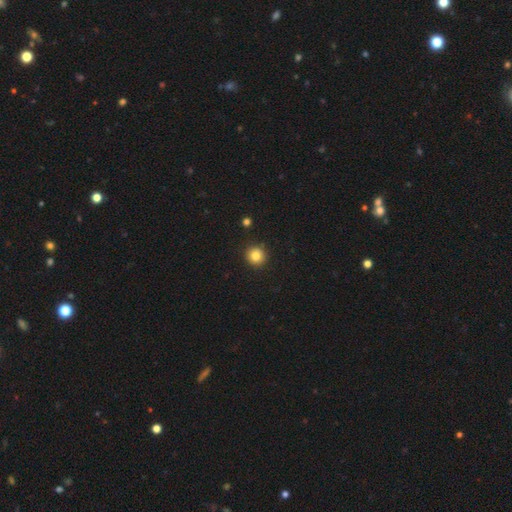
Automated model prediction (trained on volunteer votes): smooth-or-featured: smooth: 83% | star or artifact: 11% | featured or disk: 6%
  how-rounded: round: 94% | in between: 5% | cigar-shaped: 1%
  merging: none: 91% | minor disturbance: 6% | major disturbance: 2% | merger: 1%